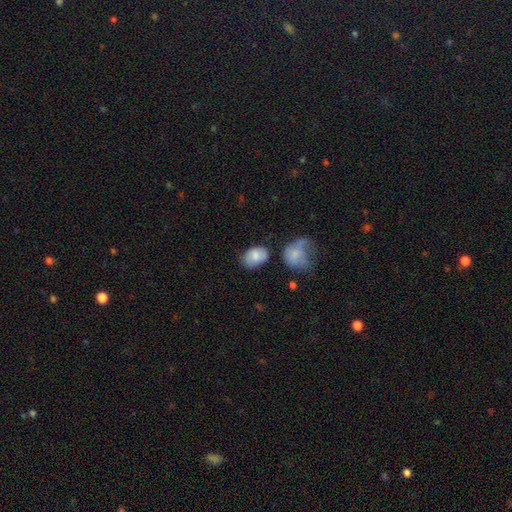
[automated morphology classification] smooth_or_featured: smooth (p=0.79) [alt: featured or disk p=0.14]
how_rounded: in between (p=0.80) [alt: round p=0.19]
merging: none (p=0.66) [alt: minor disturbance p=0.20]